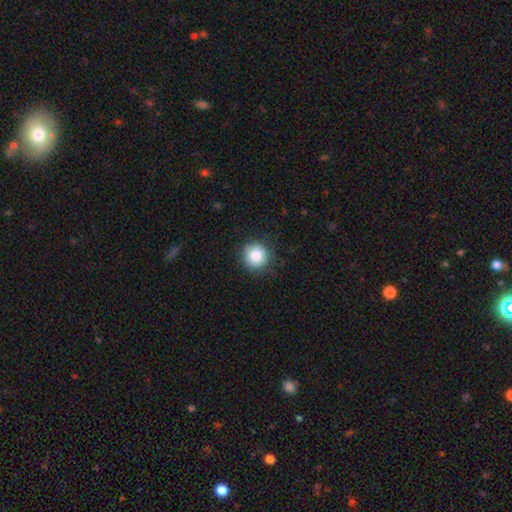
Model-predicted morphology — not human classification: This appears to be a smooth galaxy with no disk features (85%) that is round (94%). Merging: none (87%).